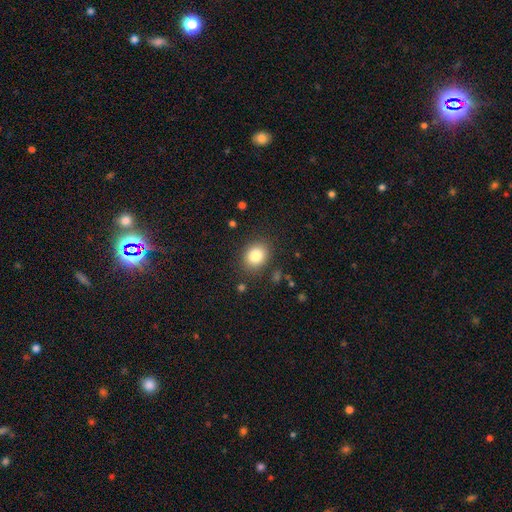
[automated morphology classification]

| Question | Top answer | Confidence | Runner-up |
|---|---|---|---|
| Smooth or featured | smooth | 84% | star or artifact (9%) |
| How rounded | round | 53% | in between (46%) |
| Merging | none | 84% | minor disturbance (10%) |